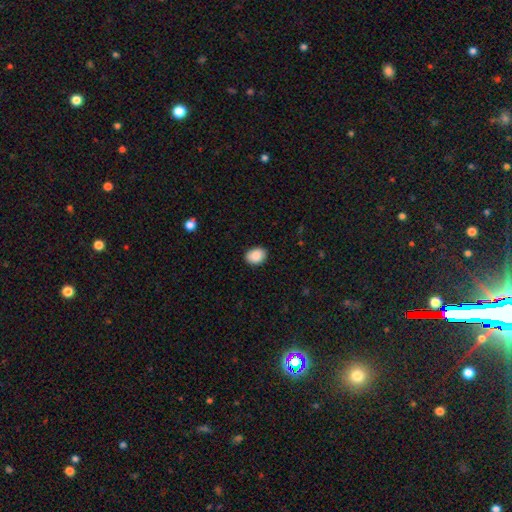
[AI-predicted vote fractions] Smooth or featured: smooth — 89% (star or artifact — 7%)
How rounded: in between — 73% (round — 26%)
Merging: none — 89% (minor disturbance — 8%)